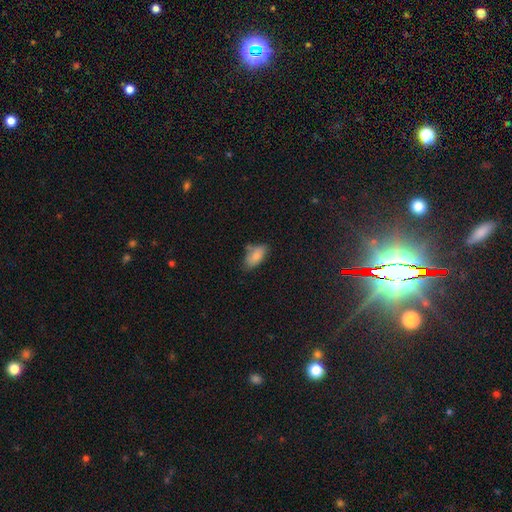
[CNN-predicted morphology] Smooth or featured? Predicted: smooth (p=0.81). How rounded? Predicted: in between (p=0.91). Merging? Predicted: none (p=0.53).